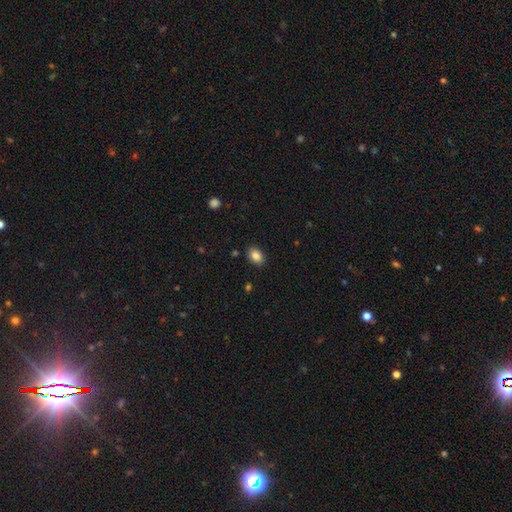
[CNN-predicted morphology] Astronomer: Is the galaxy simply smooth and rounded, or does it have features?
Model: smooth — 86%.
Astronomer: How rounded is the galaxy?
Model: in between — 80%.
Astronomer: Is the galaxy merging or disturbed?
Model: none — 87%.